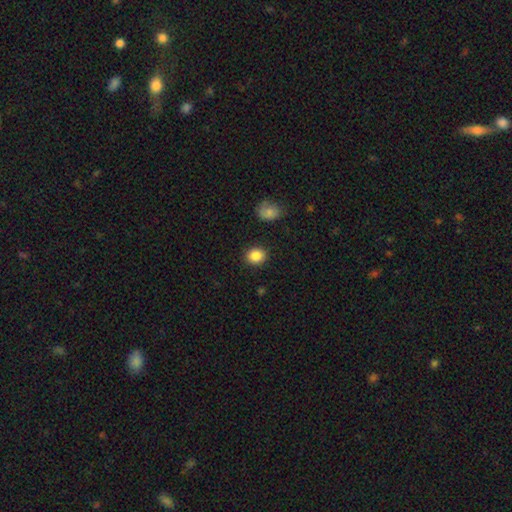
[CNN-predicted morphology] smooth_or_featured: smooth (p=0.86) [alt: star or artifact p=0.09]
how_rounded: round (p=0.70) [alt: in between p=0.29]
merging: none (p=0.89) [alt: minor disturbance p=0.07]